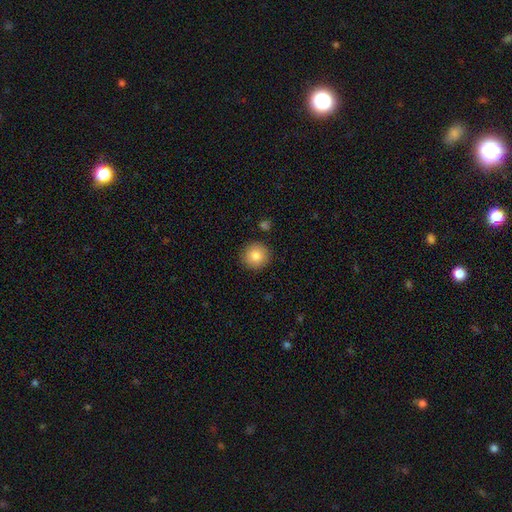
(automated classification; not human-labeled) smooth_or_featured: smooth (p=0.84) [alt: featured or disk p=0.08]
how_rounded: round (p=0.94) [alt: in between p=0.05]
merging: none (p=0.90) [alt: minor disturbance p=0.07]